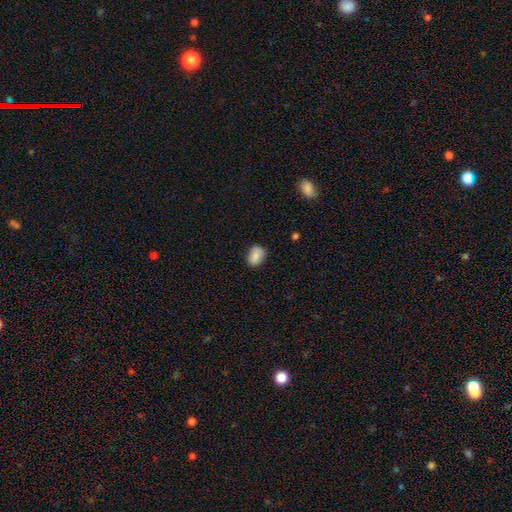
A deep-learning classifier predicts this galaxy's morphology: Smooth or featured?
  - smooth: 83% *
  - featured or disk: 9%
  - star or artifact: 8%
How rounded?
  - in between: 70% *
  - round: 28%
  - cigar-shaped: 2%
Merging?
  - none: 78% *
  - minor disturbance: 17%
  - major disturbance: 3%
  - merger: 2%